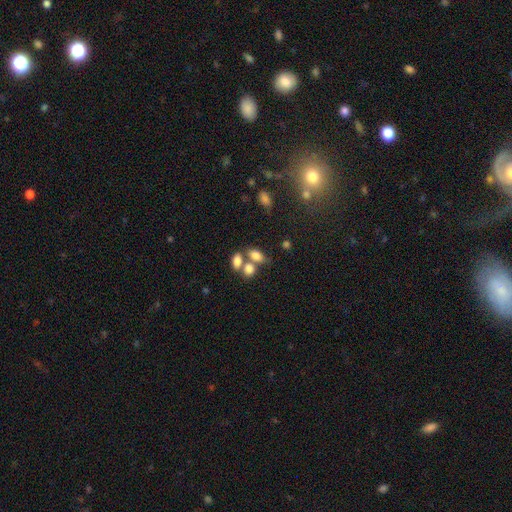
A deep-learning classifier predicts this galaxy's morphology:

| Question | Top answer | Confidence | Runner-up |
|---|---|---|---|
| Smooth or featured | smooth | 76% | featured or disk (14%) |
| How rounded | in between | 84% | round (13%) |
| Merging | merger | 45% | none (38%) |